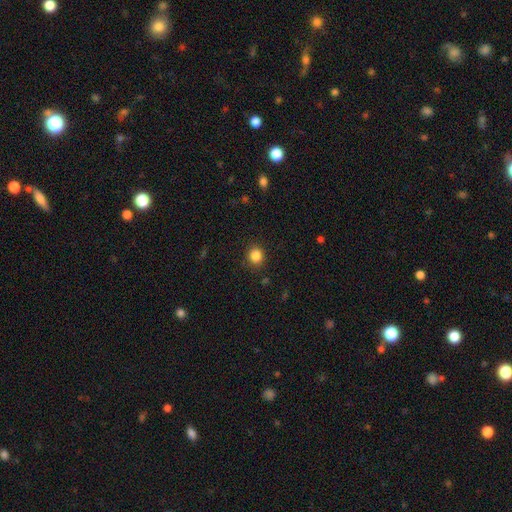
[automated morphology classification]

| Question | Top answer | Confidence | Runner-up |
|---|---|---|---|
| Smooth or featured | smooth | 85% | star or artifact (11%) |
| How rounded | round | 84% | in between (15%) |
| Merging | none | 89% | minor disturbance (8%) |